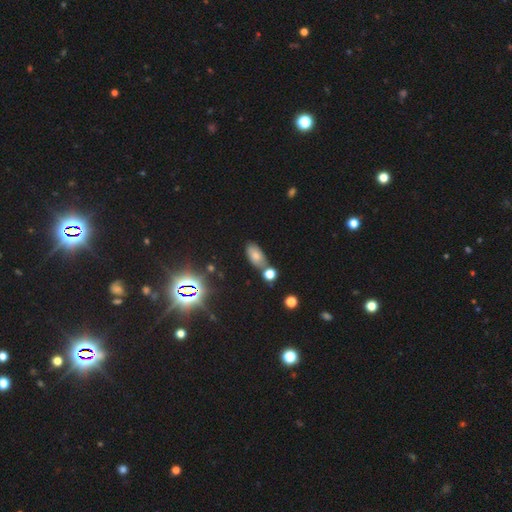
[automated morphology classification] Q: Smooth or featured?
A: smooth (64%); runner-up: star or artifact (21%)
Q: How rounded?
A: in between (89%); runner-up: round (6%)
Q: Merging?
A: none (65%); runner-up: merger (17%)